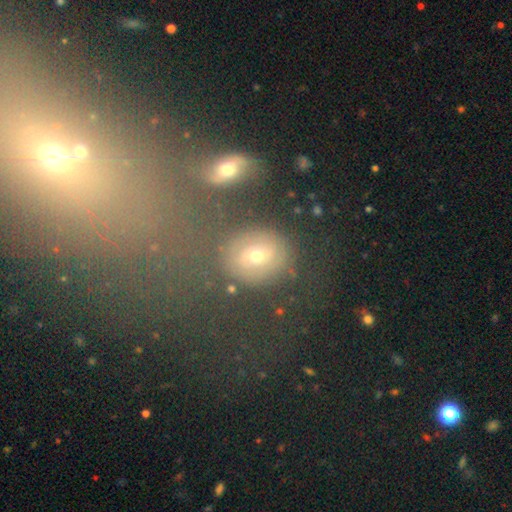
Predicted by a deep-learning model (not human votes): This appears to be a smooth galaxy with no disk features (52%) that is round (49%, tied with in between). Merging: none (76%).